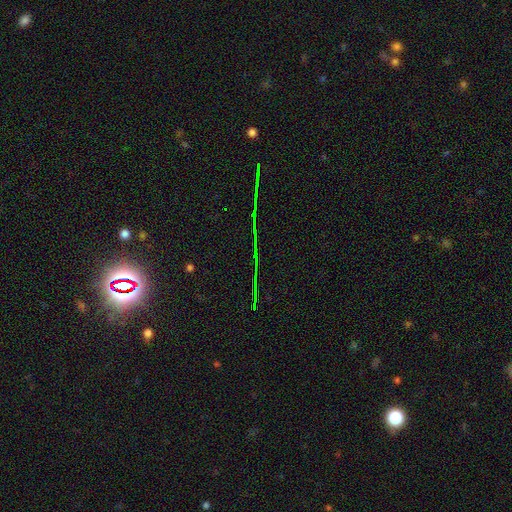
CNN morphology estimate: A star or artifact, not a galaxy (83%).